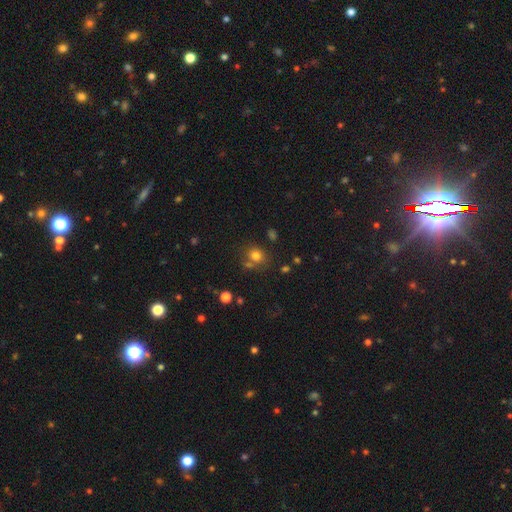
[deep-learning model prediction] Smooth or featured: smooth — 76% (star or artifact — 15%)
How rounded: round — 75% (in between — 24%)
Merging: none — 65% (merger — 16%)